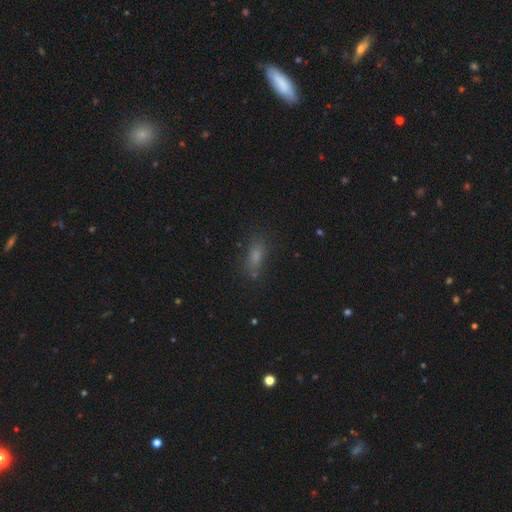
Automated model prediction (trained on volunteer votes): This is likely a smooth galaxy (73%). How rounded: likely in between (70%). Merging: likely none (72%).